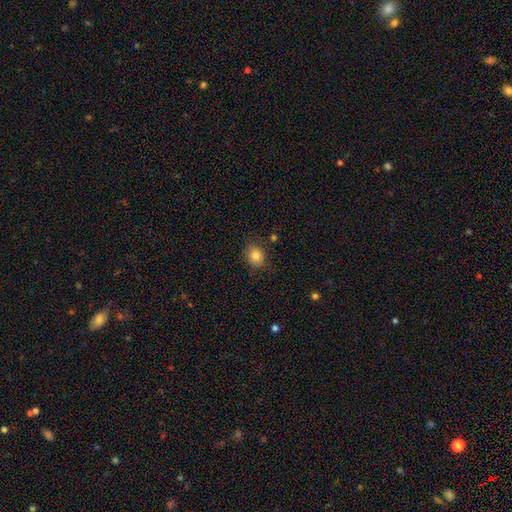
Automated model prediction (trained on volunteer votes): Smooth or featured?
  - smooth: 82% *
  - star or artifact: 10%
  - featured or disk: 7%
How rounded?
  - round: 59% *
  - in between: 40%
  - cigar-shaped: 1%
Merging?
  - none: 83% *
  - minor disturbance: 12%
  - major disturbance: 3%
  - merger: 2%